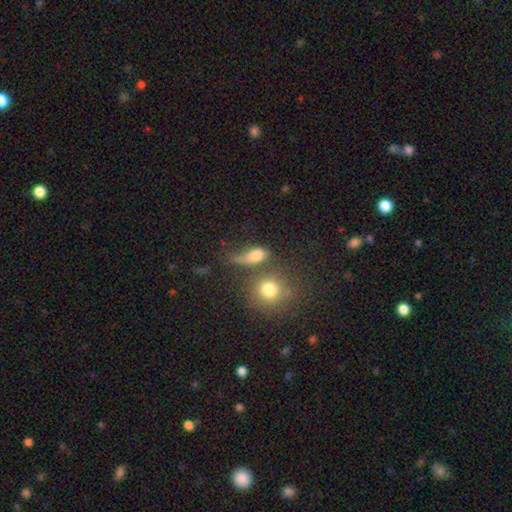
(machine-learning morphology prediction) This is likely a smooth galaxy (70%). How rounded: possibly in between (58%). Merging: marginally none (36%).